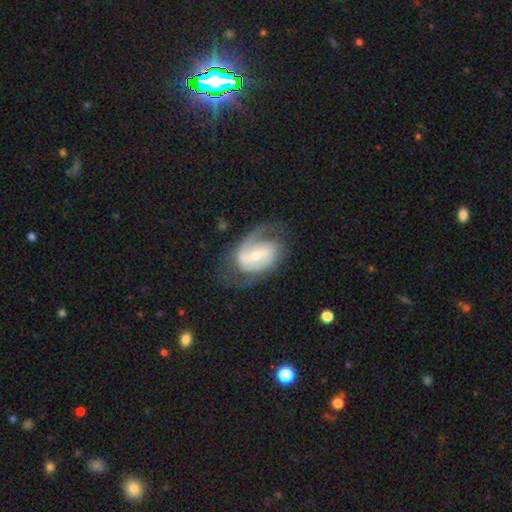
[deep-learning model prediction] The model was most divided on "bulge size": small: 51%, moderate: 43%, large: 3%, none: 2%, dominant: 1%. Remaining: edge-on disk — no (97%); spiral arms — yes (93%); smooth or featured — featured or disk (83%); spiral arm count — 2 (76%); merging — none (63%); spiral winding — medium (49%); bar — weak (46%).